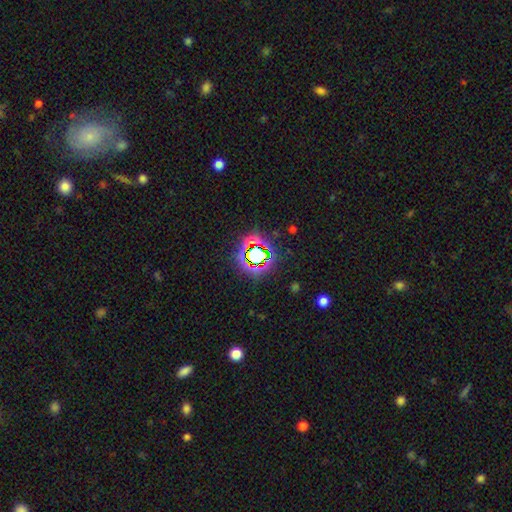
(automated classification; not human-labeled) A star or artifact, not a galaxy (71%).

Vote fractions:
- Smooth or featured? star or artifact: 71% / smooth: 18% / featured or disk: 11%